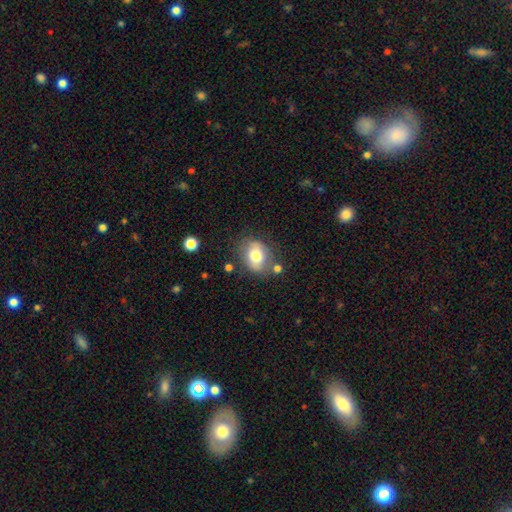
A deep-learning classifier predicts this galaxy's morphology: Smooth or featured: smooth — 71% (featured or disk — 20%)
How rounded: in between — 58% (round — 41%)
Merging: none — 70% (minor disturbance — 18%)